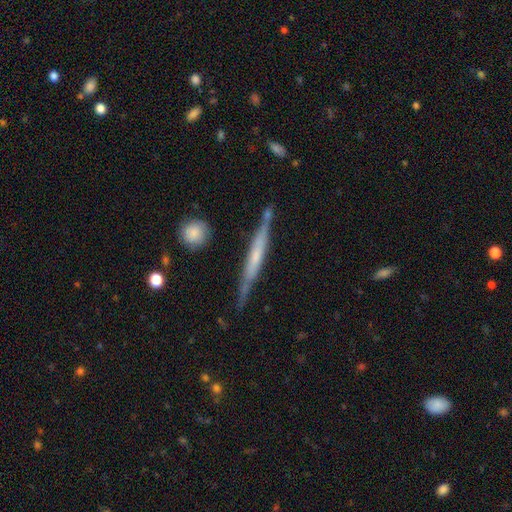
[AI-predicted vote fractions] Smooth or featured: featured or disk — 61% (smooth — 33%)
Edge-on disk: yes — 94% (no — 6%)
Edge-on bulge: none — 58% (rounded — 24%)
Merging: none — 73% (minor disturbance — 19%)